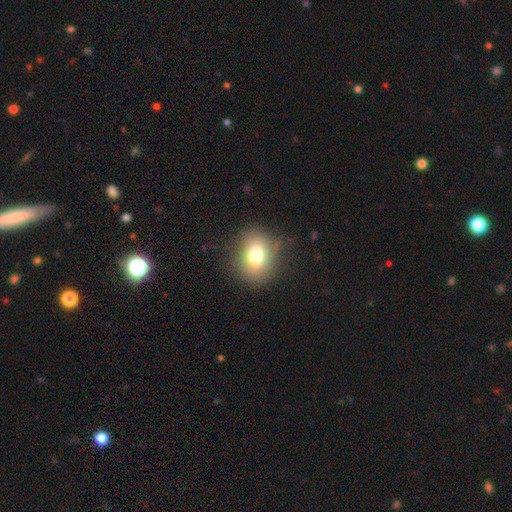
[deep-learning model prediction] smooth_or_featured: smooth (p=0.75) [alt: featured or disk p=0.14]
how_rounded: round (p=0.53) [alt: in between p=0.46]
merging: none (p=0.74) [alt: minor disturbance p=0.18]